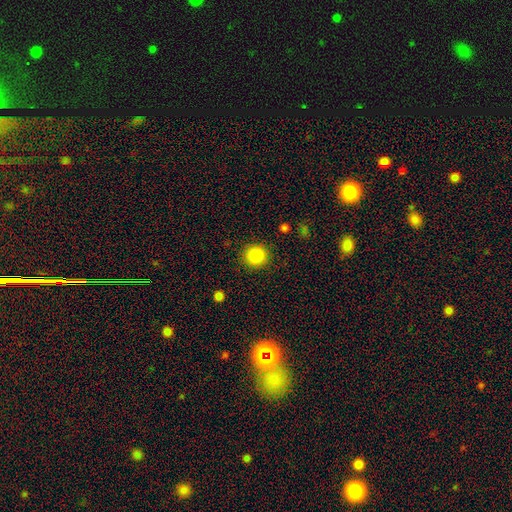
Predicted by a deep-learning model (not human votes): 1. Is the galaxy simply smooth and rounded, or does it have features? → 87% smooth, 10% star or artifact, 3% featured or disk.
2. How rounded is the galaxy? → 90% round, 9% in between, 1% cigar-shaped.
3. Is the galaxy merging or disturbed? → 90% none, 6% minor disturbance, 3% major disturbance, 1% merger.